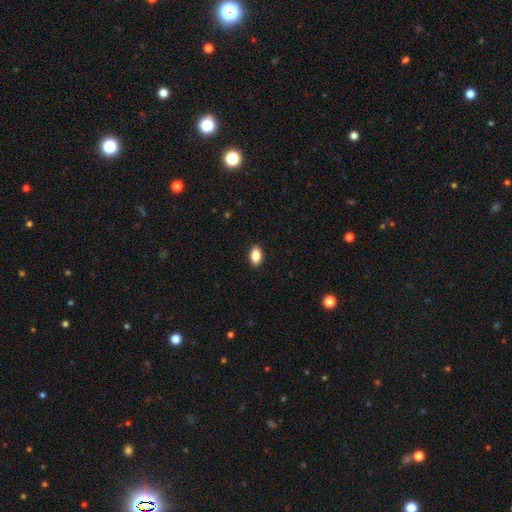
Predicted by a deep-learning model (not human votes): Smooth or featured?
  - smooth: 85% *
  - star or artifact: 8%
  - featured or disk: 7%
How rounded?
  - in between: 90% *
  - round: 6%
  - cigar-shaped: 4%
Merging?
  - none: 90% *
  - minor disturbance: 7%
  - major disturbance: 2%
  - merger: 1%